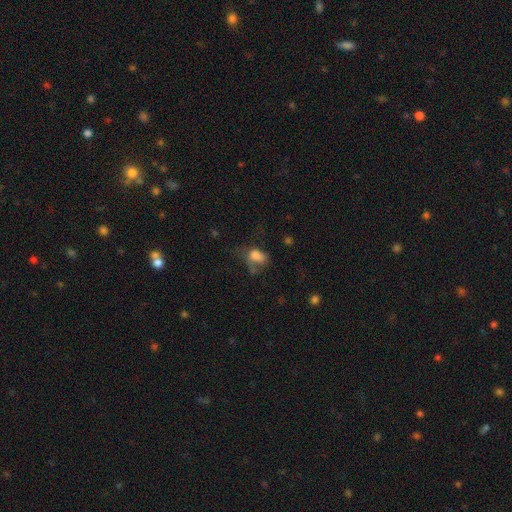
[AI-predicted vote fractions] smooth 67%, featured or disk 20%, star or artifact 13%. Down the decision tree: how rounded — in between (80%); merging — major disturbance (41%).